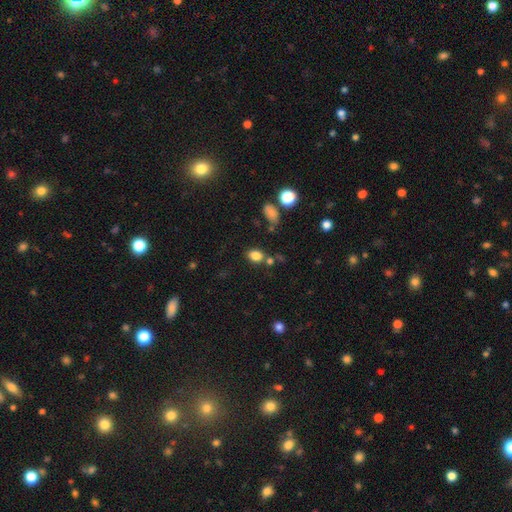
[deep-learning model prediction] Smooth or featured? smooth (82%)
How rounded? in between (65%)
Merging? none (71%)